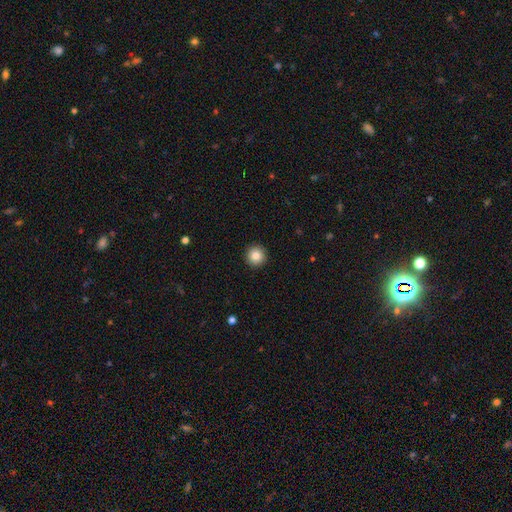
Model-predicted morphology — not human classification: Smooth or featured: smooth — 84% (star or artifact — 9%)
How rounded: round — 96% (in between — 3%)
Merging: none — 93% (minor disturbance — 4%)